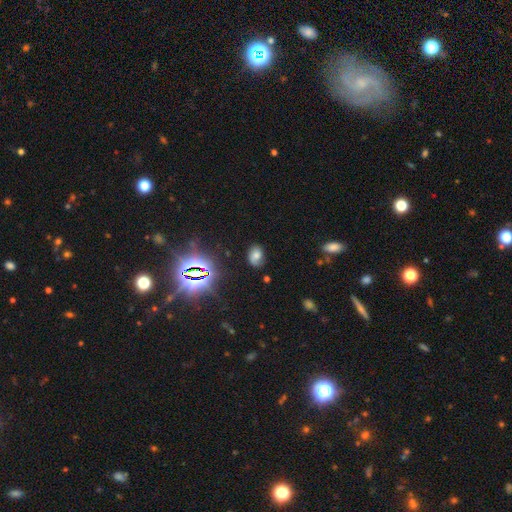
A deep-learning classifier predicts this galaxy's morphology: This appears to be a smooth galaxy with no disk features (56%) that is in between round and cigar-shaped (80%). Merging: none (70%).